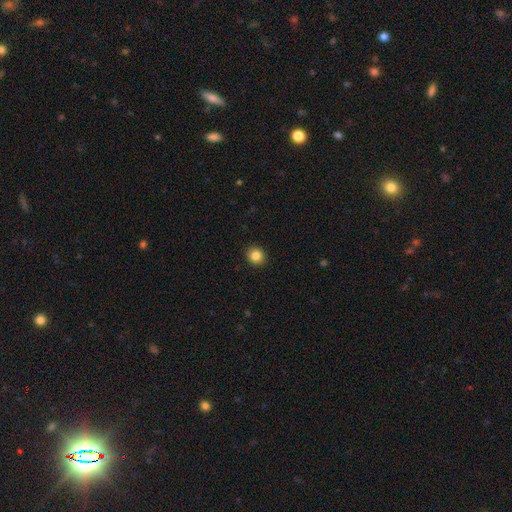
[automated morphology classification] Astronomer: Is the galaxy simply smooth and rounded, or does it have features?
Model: smooth — 85%.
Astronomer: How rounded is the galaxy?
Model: round — 85%.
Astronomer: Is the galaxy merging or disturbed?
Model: none — 92%.